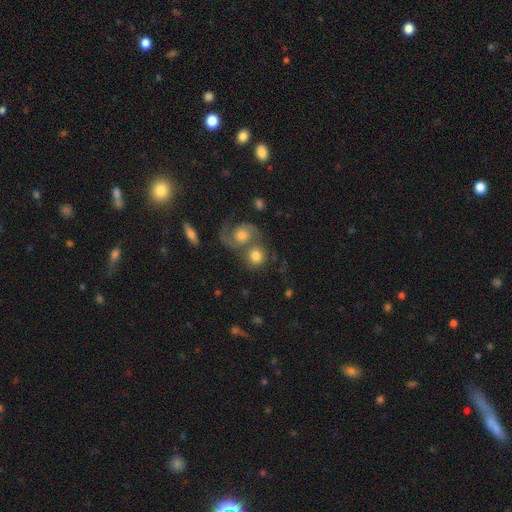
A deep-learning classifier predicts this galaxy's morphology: smooth 51%, featured or disk 40%, star or artifact 8%. Down the decision tree: how rounded — round (77%); merging — merger (50%).